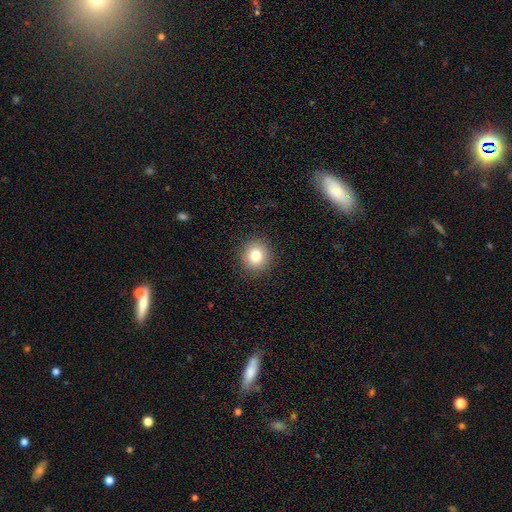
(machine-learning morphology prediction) smooth_or_featured: smooth (p=0.80) [alt: star or artifact p=0.11]
how_rounded: round (p=0.89) [alt: in between p=0.10]
merging: none (p=0.91) [alt: minor disturbance p=0.06]